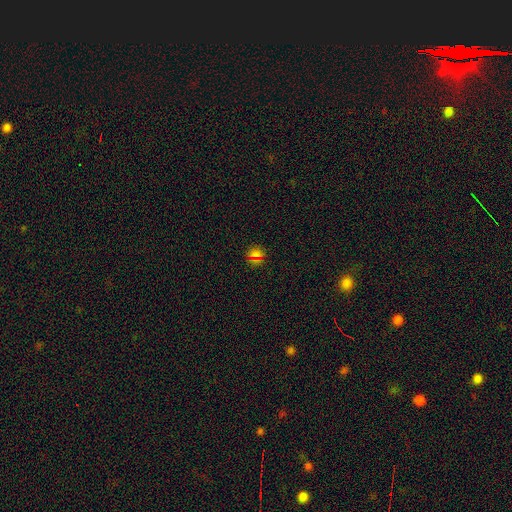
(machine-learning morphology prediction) The model was most divided on "smooth or featured": smooth: 66%, star or artifact: 27%, featured or disk: 7%. More confident: how rounded — round (90%); merging — none (87%).